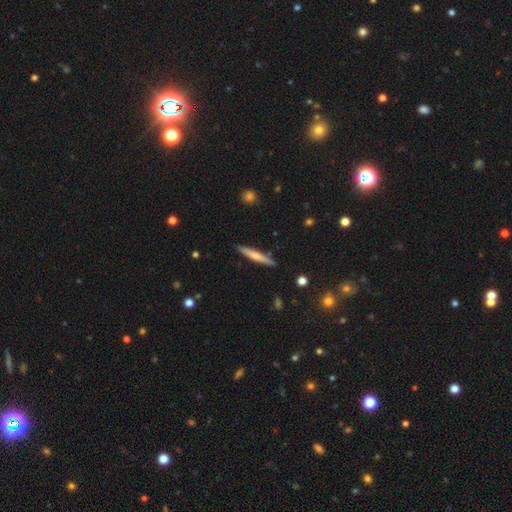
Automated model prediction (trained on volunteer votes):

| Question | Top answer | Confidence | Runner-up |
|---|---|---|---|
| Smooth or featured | smooth | 54% | featured or disk (40%) |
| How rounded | cigar-shaped | 94% | in between (5%) |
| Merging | none | 88% | minor disturbance (8%) |